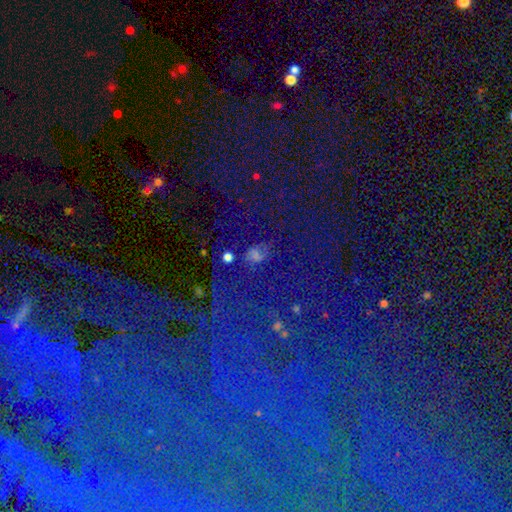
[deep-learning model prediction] Morphology: type=star or artifact (44%).